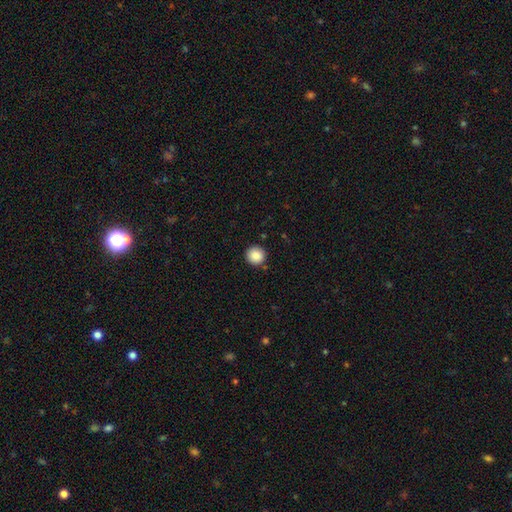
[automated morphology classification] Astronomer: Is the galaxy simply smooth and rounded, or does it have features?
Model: smooth — 88%.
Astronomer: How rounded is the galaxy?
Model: round — 95%.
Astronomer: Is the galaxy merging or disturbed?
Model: none — 90%.